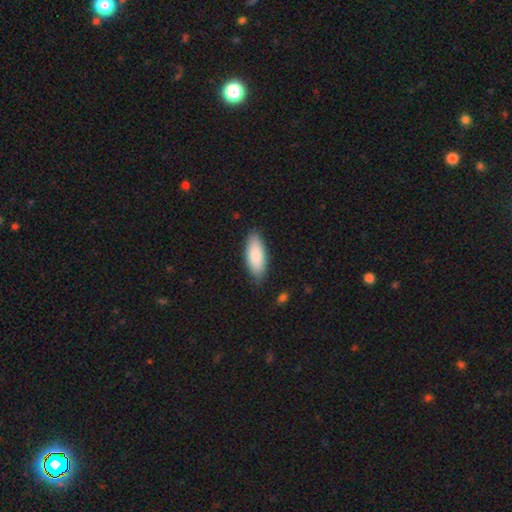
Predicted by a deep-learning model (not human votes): A smooth galaxy with no disk features (86%) that is in between round and cigar-shaped (77%). Merging: none (84%).